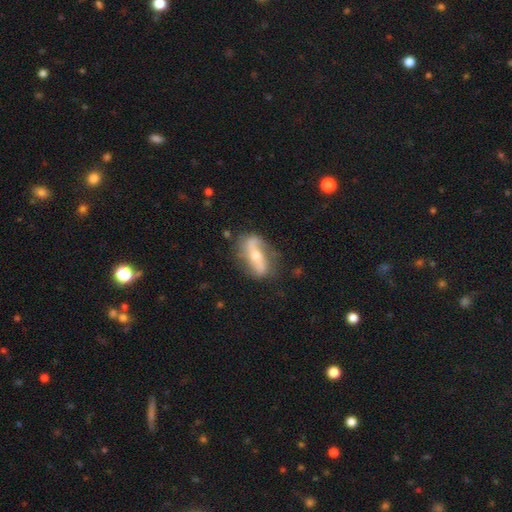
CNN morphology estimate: smooth_or_featured: featured or disk (p=0.78) [alt: smooth p=0.16]
disk_edge_on: no (p=0.87) [alt: yes p=0.13]
bar: strong (p=0.45) [alt: no p=0.30]
has_spiral_arms: yes (p=0.87) [alt: no p=0.13]
spiral_winding: loose (p=0.63) [alt: medium p=0.25]
spiral_arm_count: 2 (p=0.85) [alt: 1 p=0.06]
bulge_size: moderate (p=0.57) [alt: small p=0.37]
merging: none (p=0.71) [alt: minor disturbance p=0.19]